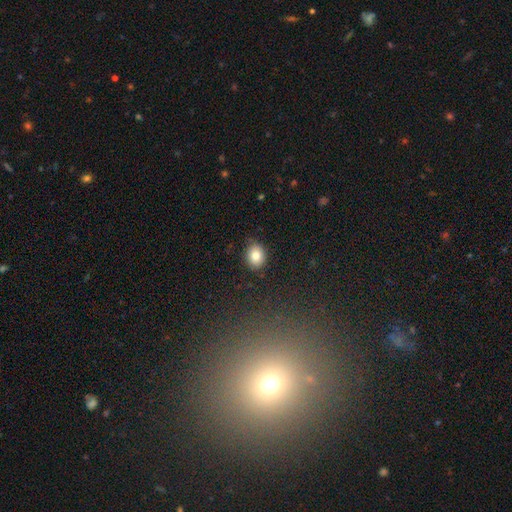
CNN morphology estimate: smooth_or_featured: smooth (p=0.82) [alt: star or artifact p=0.10]
how_rounded: round (p=0.58) [alt: in between p=0.41]
merging: none (p=0.87) [alt: minor disturbance p=0.10]